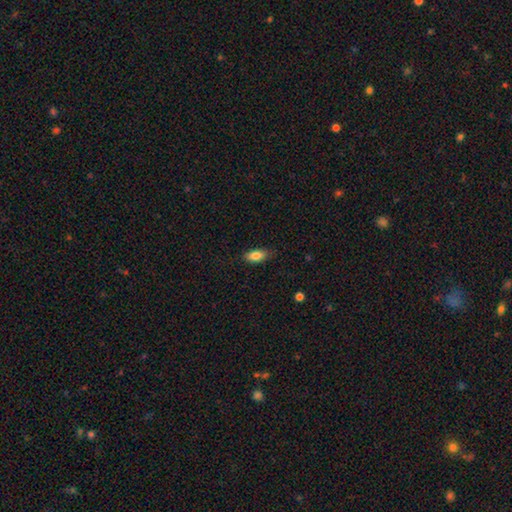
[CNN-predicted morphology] Smooth or featured: smooth — 84% (featured or disk — 8%)
How rounded: in between — 87% (cigar-shaped — 9%)
Merging: none — 82% (minor disturbance — 14%)